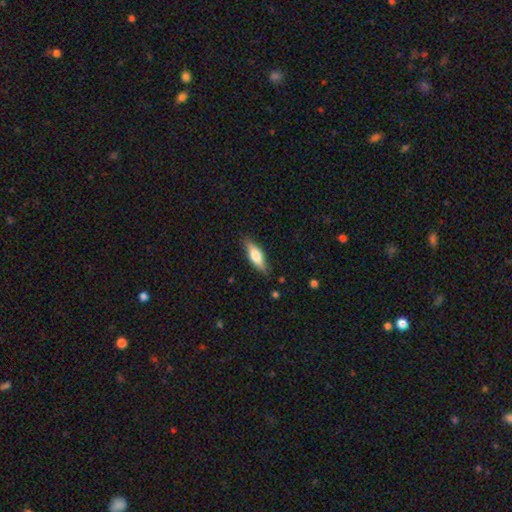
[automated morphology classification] This is likely a smooth galaxy (62%). How rounded: possibly in between (53%). Merging: clearly none (83%).